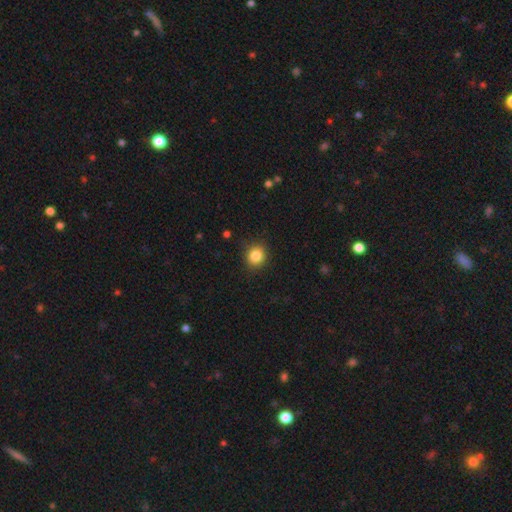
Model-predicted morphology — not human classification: A smooth galaxy with no disk features (85%) that is round (85%). Merging: none (88%).